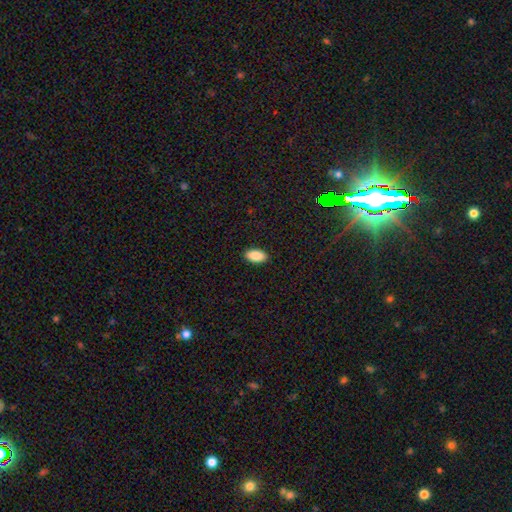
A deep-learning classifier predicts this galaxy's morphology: This is clearly a smooth galaxy (88%). How rounded: clearly in between (94%). Merging: clearly none (90%).